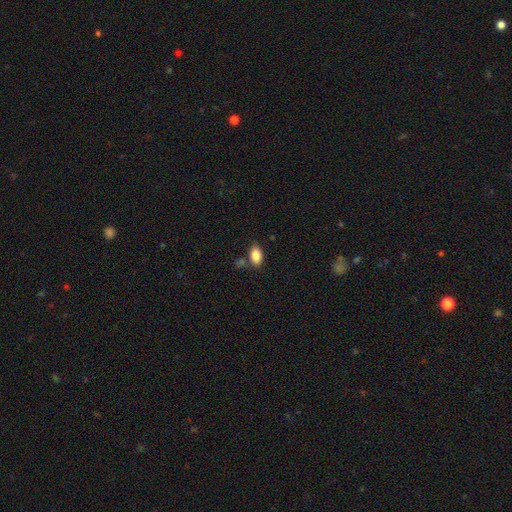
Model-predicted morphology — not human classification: Overall: smooth (87%). How rounded: in between (92%). Merging: none (73%).